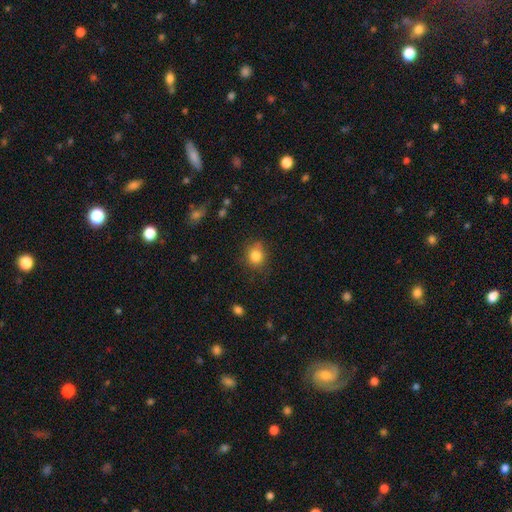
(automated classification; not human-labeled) Smooth or featured: smooth — 84% (star or artifact — 10%)
How rounded: round — 75% (in between — 24%)
Merging: none — 77% (minor disturbance — 17%)